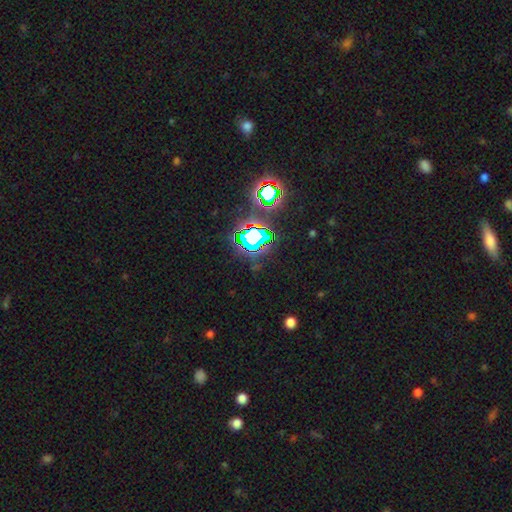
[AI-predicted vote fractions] smooth_or_featured: star or artifact (p=0.80) [alt: smooth p=0.12]